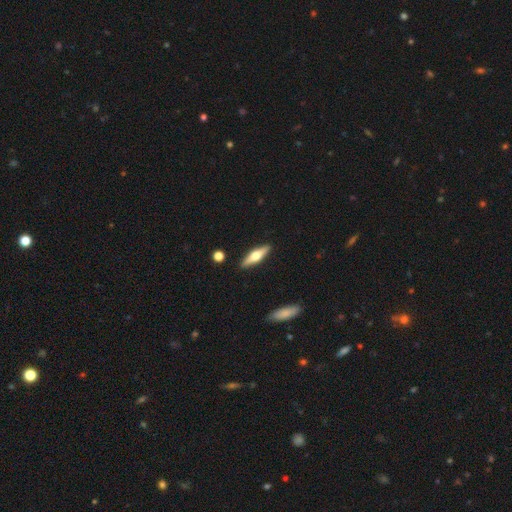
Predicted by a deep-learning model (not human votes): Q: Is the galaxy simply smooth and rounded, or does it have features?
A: featured or disk — 51%.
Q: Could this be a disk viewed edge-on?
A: yes — 93%.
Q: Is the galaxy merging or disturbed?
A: none — 89%.